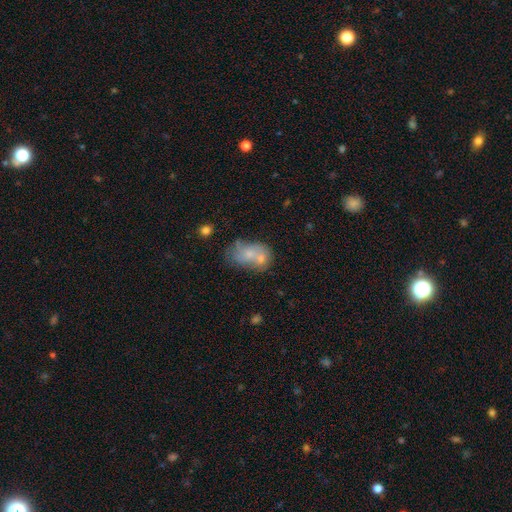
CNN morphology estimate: Smooth or featured?
  - smooth: 59% *
  - featured or disk: 31%
  - star or artifact: 10%
How rounded?
  - in between: 79% *
  - round: 19%
  - cigar-shaped: 2%
Merging?
  - merger: 51% *
  - none: 27%
  - minor disturbance: 14%
  - major disturbance: 8%